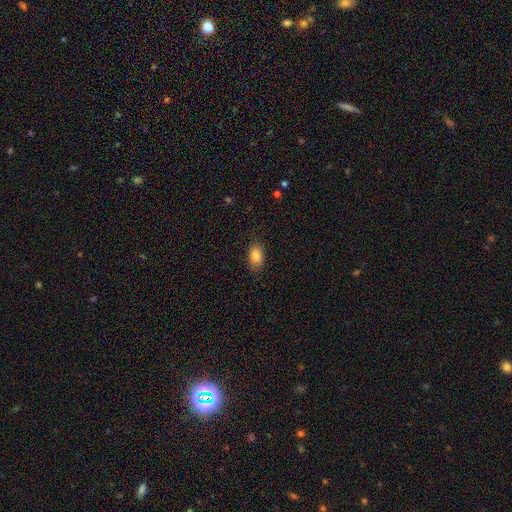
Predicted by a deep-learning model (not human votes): smooth 85%, star or artifact 8%, featured or disk 6%. Down the decision tree: how rounded — in between (87%); merging — none (84%).